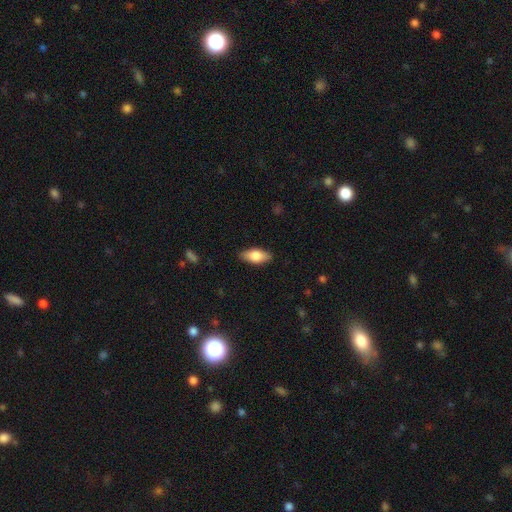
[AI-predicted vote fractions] Overall: smooth (76%). How rounded: in between (85%). Merging: none (87%).